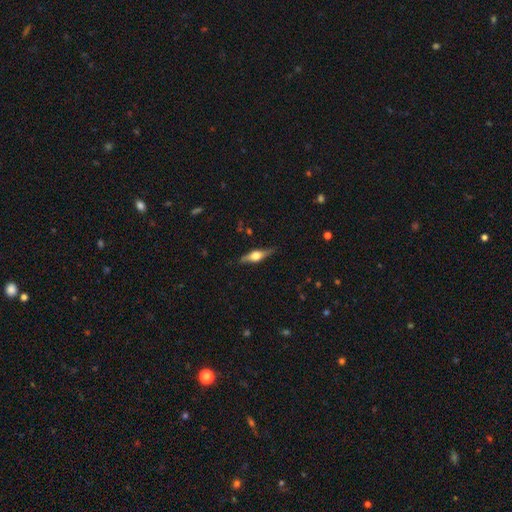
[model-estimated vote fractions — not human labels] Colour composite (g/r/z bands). It shows a featured or disk galaxy (72%) viewed edge-on (96%) with a rounded central bulge (94%). Merging: none (85%).